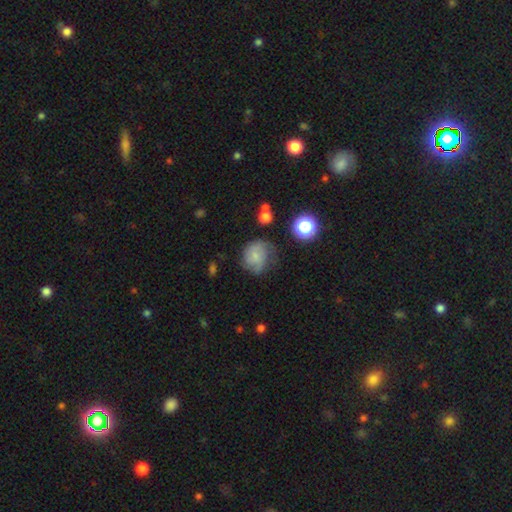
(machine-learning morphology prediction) type=smooth (55%); roundness=round (74%); merging=none (50%).